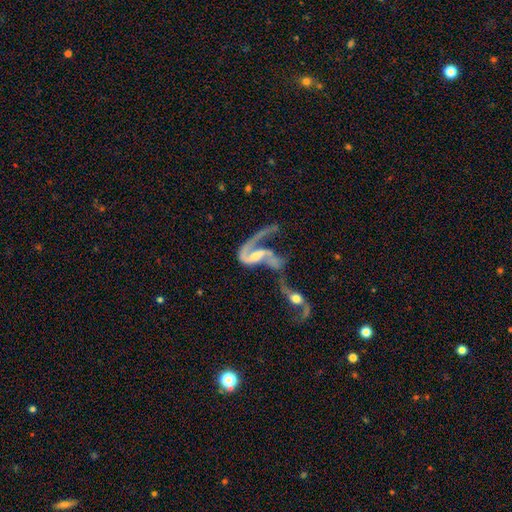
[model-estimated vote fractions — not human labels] Smooth or featured: featured or disk — 83% (smooth — 10%)
Edge-on disk: no — 94% (yes — 6%)
Bar: weak — 39% (no — 37%)
Spiral arms: yes — 88% (no — 12%)
Spiral winding: loose — 69% (medium — 23%)
Spiral arm count: 2 — 48% (1 — 42%)
Bulge size: moderate — 46% (small — 34%)
Merging: merger — 62% (major disturbance — 22%)